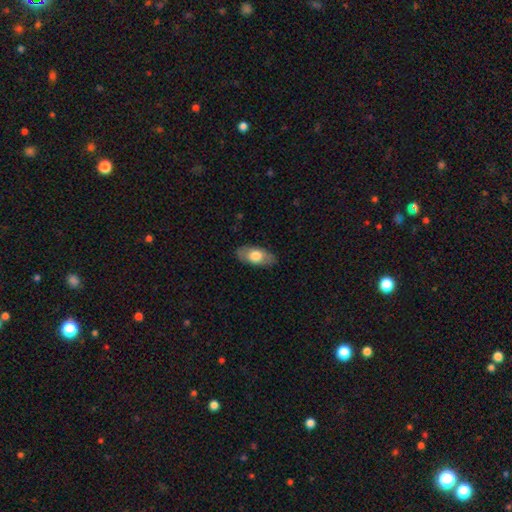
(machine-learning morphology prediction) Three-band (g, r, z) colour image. It shows a smooth galaxy with no disk features (67%) that is in between round and cigar-shaped (91%). Merging: none (85%).